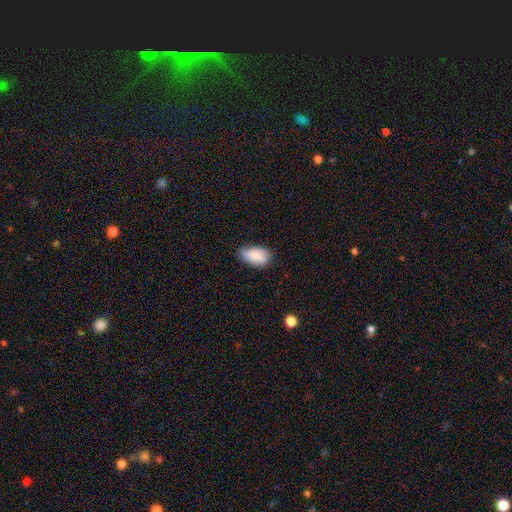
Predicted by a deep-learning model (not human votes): smooth_or_featured: smooth (p=0.81) [alt: featured or disk p=0.12]
how_rounded: in between (p=0.92) [alt: round p=0.05]
merging: none (p=0.60) [alt: minor disturbance p=0.33]